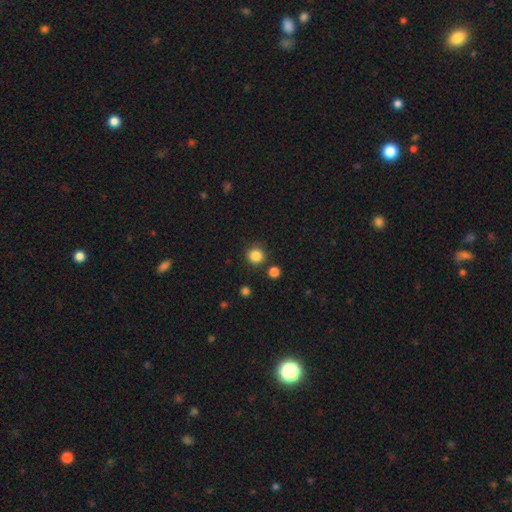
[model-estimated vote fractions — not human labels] This is clearly a smooth galaxy (85%). How rounded: clearly round (93%). Merging: clearly none (85%).